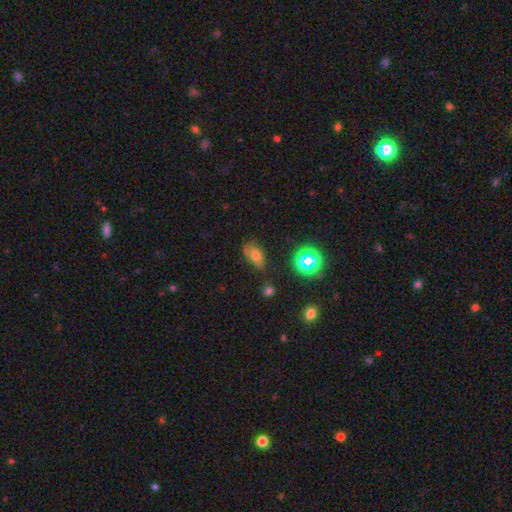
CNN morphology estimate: Q: Smooth or featured?
A: smooth (64%); runner-up: star or artifact (20%)
Q: How rounded?
A: in between (84%); runner-up: round (11%)
Q: Merging?
A: none (54%); runner-up: minor disturbance (30%)